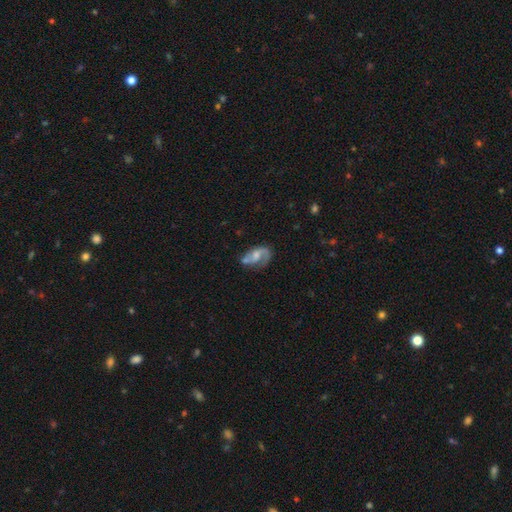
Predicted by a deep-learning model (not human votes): A featured or disk galaxy (71%) with no bar (50%), 2 (61%) loose (42%, tied with medium) spiral arms (89%) and a moderate central bulge (41%). Merging: none (45%).